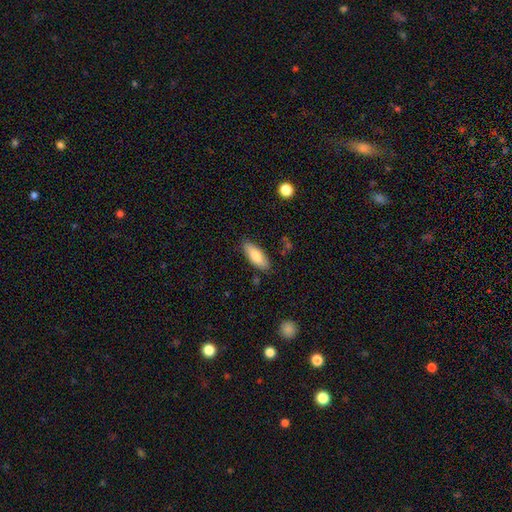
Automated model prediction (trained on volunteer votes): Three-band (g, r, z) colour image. It shows a smooth galaxy with no disk features (78%) that is in between round and cigar-shaped (73%). Merging: none (84%).